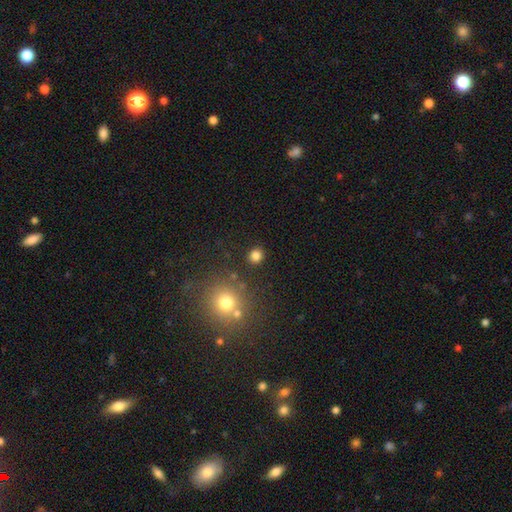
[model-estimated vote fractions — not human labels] smooth_or_featured: smooth (p=0.81) [alt: star or artifact p=0.14]
how_rounded: round (p=0.88) [alt: in between p=0.11]
merging: none (p=0.87) [alt: minor disturbance p=0.07]